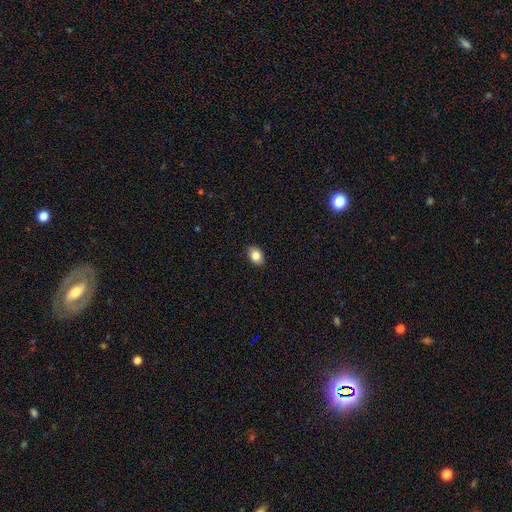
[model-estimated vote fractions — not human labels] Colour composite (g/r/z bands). It shows a smooth galaxy with no disk features (84%) that is in between round and cigar-shaped (73%). Merging: none (89%).